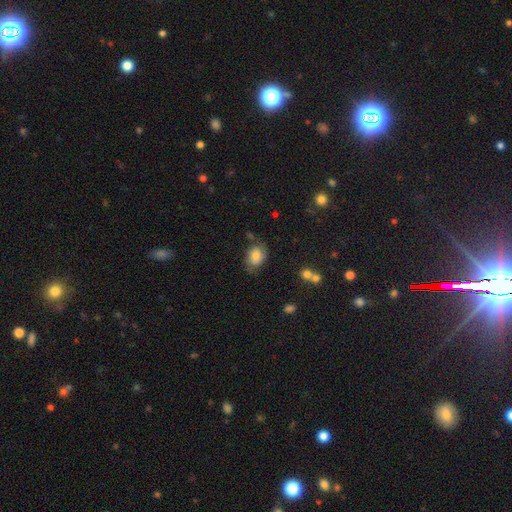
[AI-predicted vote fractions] Smooth or featured? smooth (69%)
How rounded? in between (70%)
Merging? none (60%)